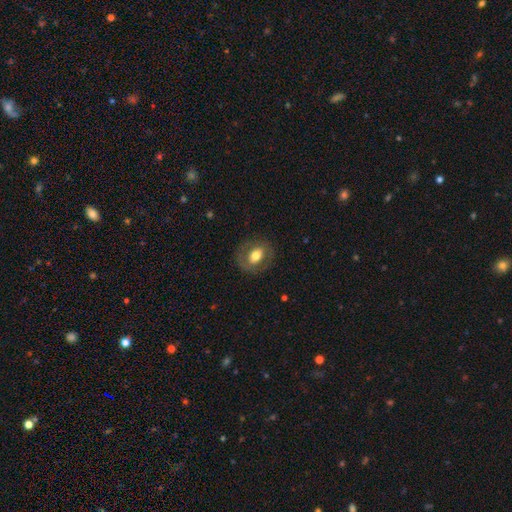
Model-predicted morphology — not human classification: Smooth or featured: smooth — 57% (featured or disk — 35%)
How rounded: in between — 53% (round — 45%)
Merging: none — 79% (minor disturbance — 13%)